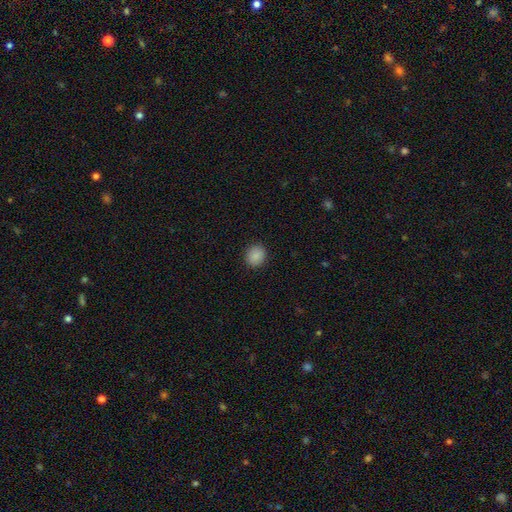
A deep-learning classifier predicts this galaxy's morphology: Smooth or featured: smooth — 88% (star or artifact — 9%)
How rounded: round — 78% (in between — 21%)
Merging: none — 91% (minor disturbance — 6%)